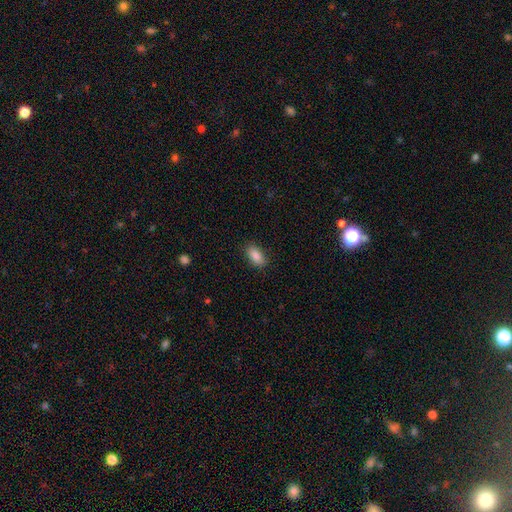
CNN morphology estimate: smooth 89%, star or artifact 7%, featured or disk 4%. Down the decision tree: how rounded — in between (92%); merging — none (87%).